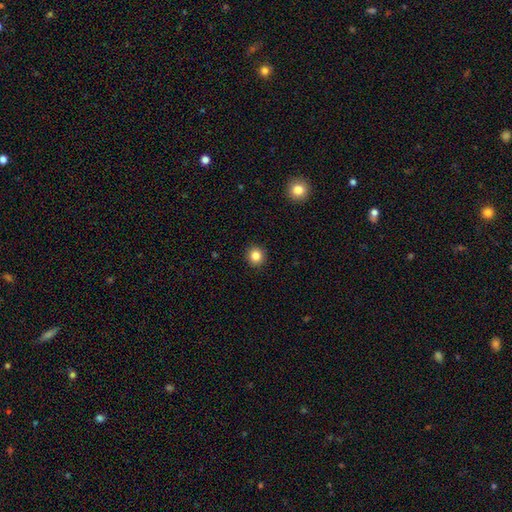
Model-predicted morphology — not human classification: smooth-or-featured: smooth: 84% | star or artifact: 11% | featured or disk: 5%
  how-rounded: round: 93% | in between: 6% | cigar-shaped: 1%
  merging: none: 92% | minor disturbance: 5% | major disturbance: 2% | merger: 1%